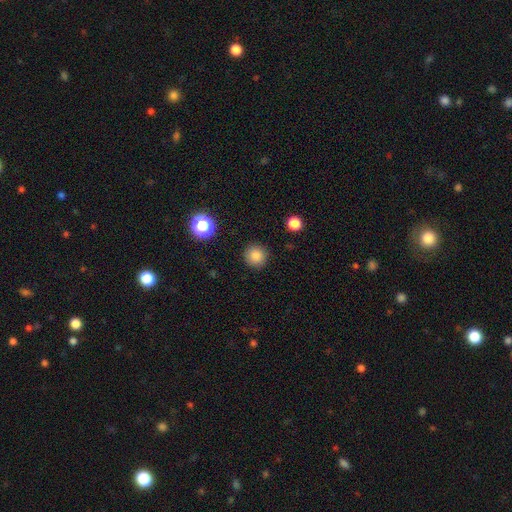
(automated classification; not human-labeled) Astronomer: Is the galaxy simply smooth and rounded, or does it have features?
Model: smooth — 85%.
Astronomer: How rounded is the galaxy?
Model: round — 94%.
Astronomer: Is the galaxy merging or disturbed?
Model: none — 91%.